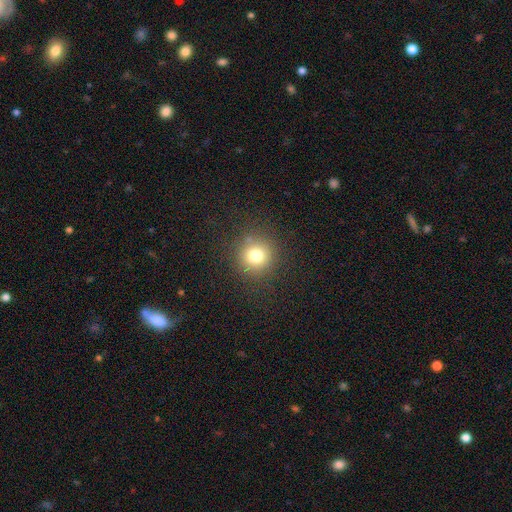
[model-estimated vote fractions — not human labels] smooth_or_featured: smooth (p=0.77) [alt: star or artifact p=0.15]
how_rounded: round (p=0.93) [alt: in between p=0.06]
merging: none (p=0.87) [alt: minor disturbance p=0.08]